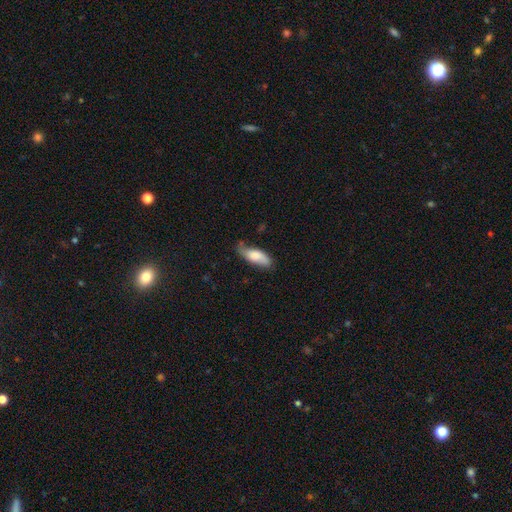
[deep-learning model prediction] This is likely a smooth galaxy (69%). How rounded: likely in between (68%). Merging: possibly none (59%).